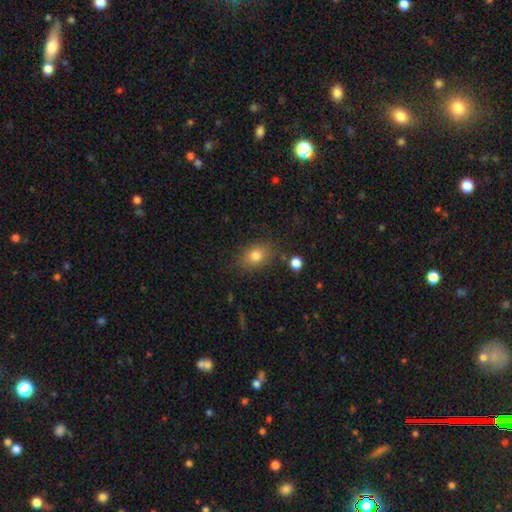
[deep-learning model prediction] This appears to be a smooth galaxy with no disk features (79%) that is in between round and cigar-shaped (68%). Merging: none (79%).